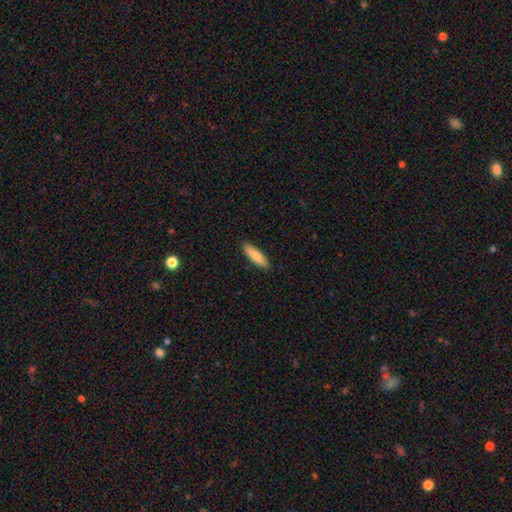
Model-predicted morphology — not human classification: smooth_or_featured: smooth (p=0.84) [alt: featured or disk p=0.11]
how_rounded: cigar-shaped (p=0.65) [alt: in between p=0.34]
merging: none (p=0.89) [alt: minor disturbance p=0.08]